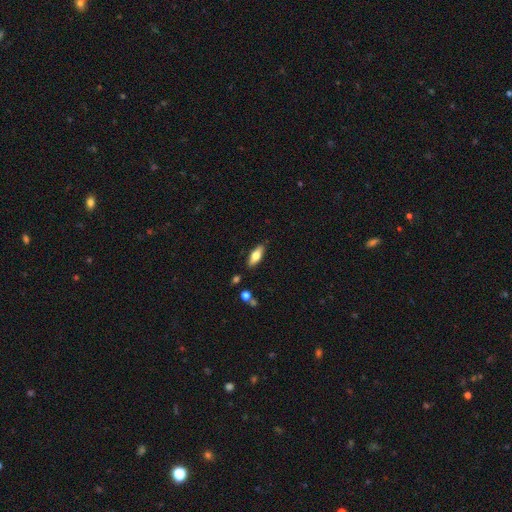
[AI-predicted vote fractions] This is likely a smooth galaxy (68%). How rounded: likely in between (72%). Merging: clearly none (86%).